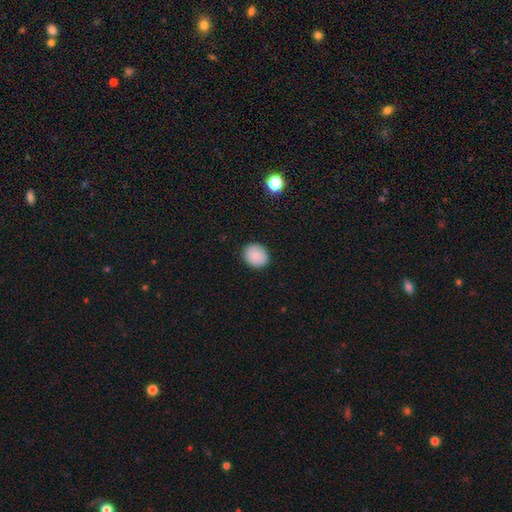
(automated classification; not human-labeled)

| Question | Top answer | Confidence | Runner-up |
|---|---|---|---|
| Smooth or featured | smooth | 87% | star or artifact (8%) |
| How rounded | round | 70% | in between (29%) |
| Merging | none | 90% | minor disturbance (7%) |